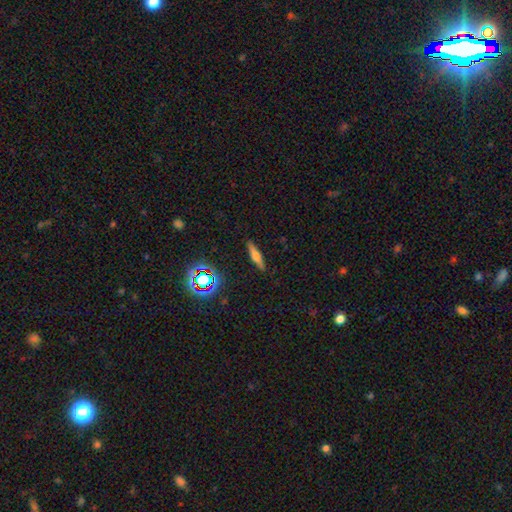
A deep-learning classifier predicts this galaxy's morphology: Overall: featured or disk (48%; smooth 41%). Merging: none (89%).